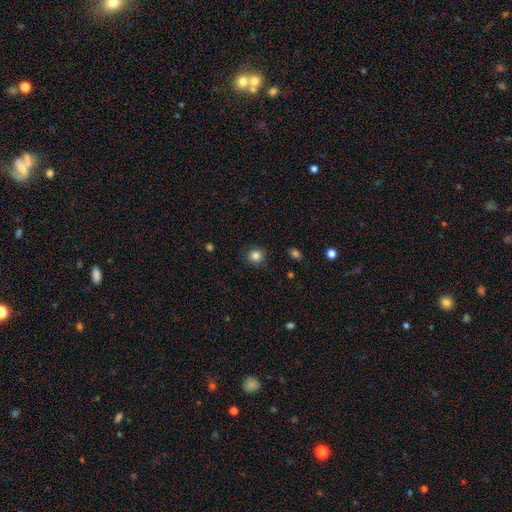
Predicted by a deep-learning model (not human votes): smooth-or-featured: smooth: 84% | star or artifact: 11% | featured or disk: 5%
  how-rounded: round: 87% | in between: 12% | cigar-shaped: 1%
  merging: none: 87% | minor disturbance: 9% | major disturbance: 3% | merger: 1%